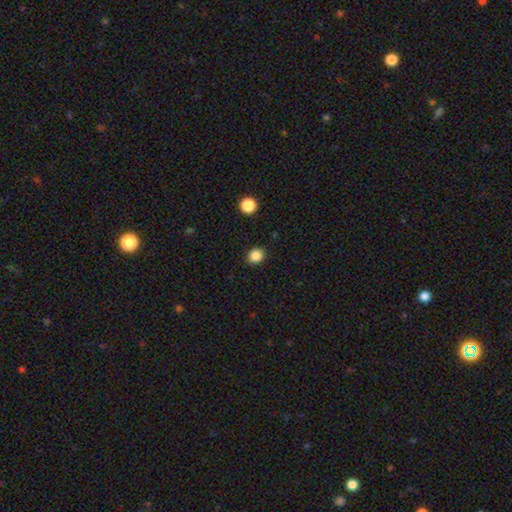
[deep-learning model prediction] Smooth or featured?
  - smooth: 86% *
  - star or artifact: 11%
  - featured or disk: 3%
How rounded?
  - round: 76% *
  - in between: 23%
  - cigar-shaped: 1%
Merging?
  - none: 90% *
  - minor disturbance: 7%
  - major disturbance: 2%
  - merger: 1%